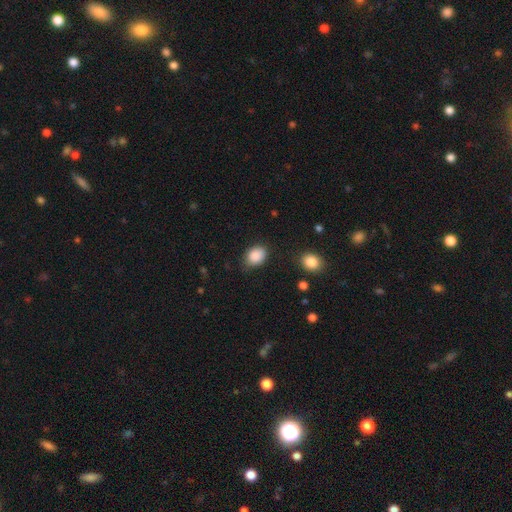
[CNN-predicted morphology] Smooth or featured? Predicted: smooth (p=0.88). How rounded? Predicted: in between (p=0.64). Merging? Predicted: none (p=0.76).